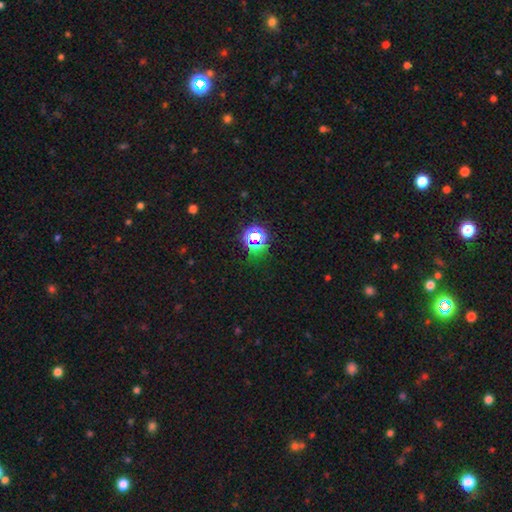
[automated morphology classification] Overall: star or artifact (64%; smooth 28%).